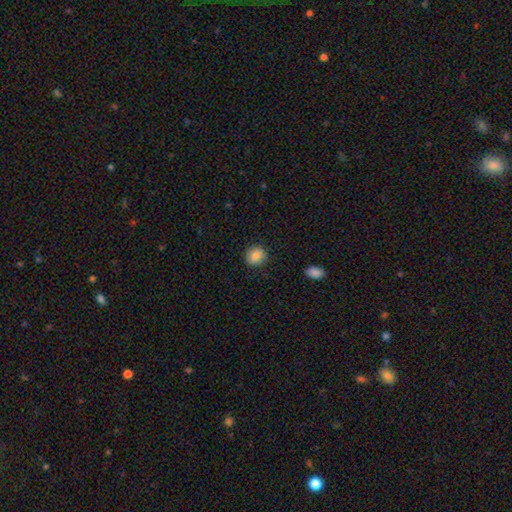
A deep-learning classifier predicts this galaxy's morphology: Smooth or featured?
  - smooth: 87% *
  - star or artifact: 9%
  - featured or disk: 5%
How rounded?
  - round: 85% *
  - in between: 14%
  - cigar-shaped: 1%
Merging?
  - none: 89% *
  - minor disturbance: 8%
  - major disturbance: 2%
  - merger: 1%